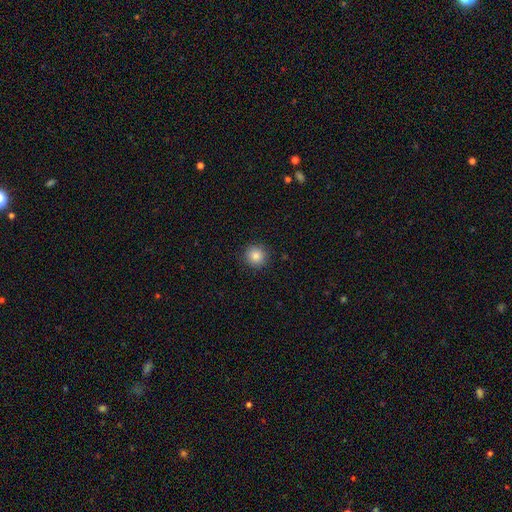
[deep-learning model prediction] Smooth or featured? Predicted: smooth (p=0.84). How rounded? Predicted: round (p=0.94). Merging? Predicted: none (p=0.91).